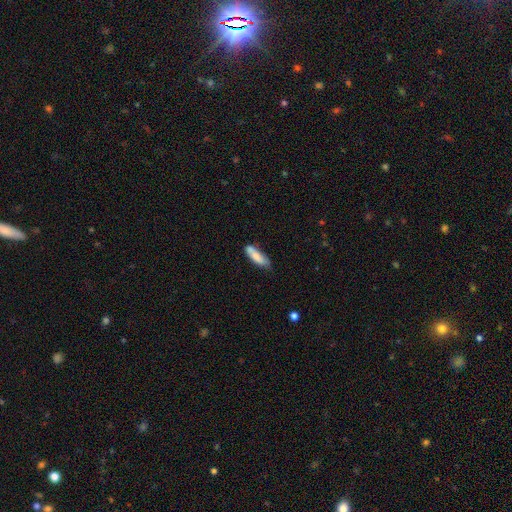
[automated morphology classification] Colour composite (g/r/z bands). It shows a smooth galaxy with no disk features (74%) that is cigar-shaped (54%). Merging: none (56%).